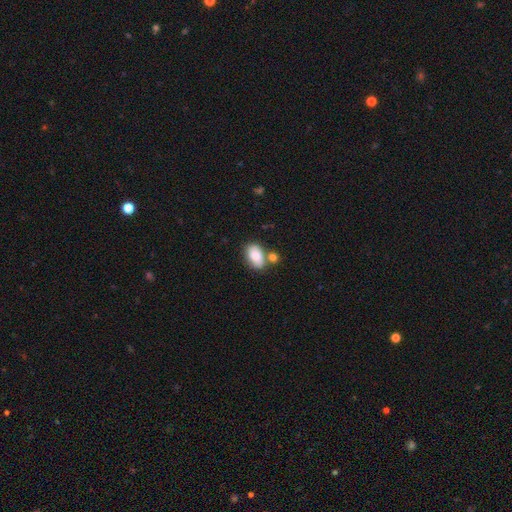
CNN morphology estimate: This is clearly a smooth galaxy (82%). How rounded: clearly in between (90%). Merging: possibly none (54%).